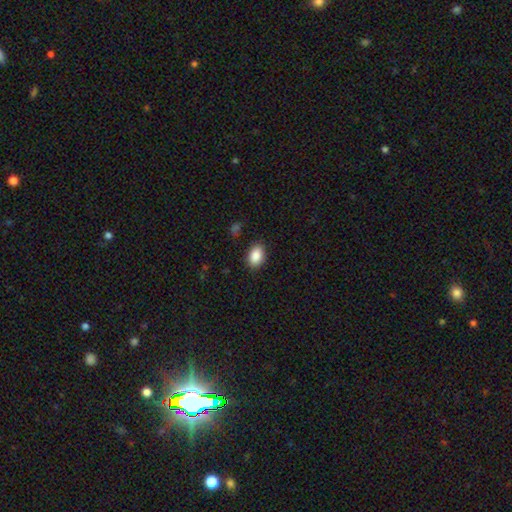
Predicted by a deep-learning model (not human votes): Smooth or featured: smooth — 89% (star or artifact — 8%)
How rounded: in between — 84% (round — 15%)
Merging: none — 86% (minor disturbance — 10%)